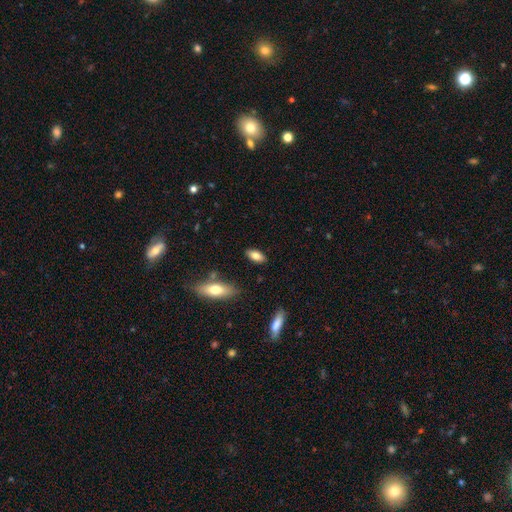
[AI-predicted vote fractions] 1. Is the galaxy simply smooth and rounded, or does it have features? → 79% smooth, 14% featured or disk, 7% star or artifact.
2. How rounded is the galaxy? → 84% in between, 13% cigar-shaped, 3% round.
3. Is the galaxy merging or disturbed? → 85% none, 10% minor disturbance, 2% major disturbance, 2% merger.